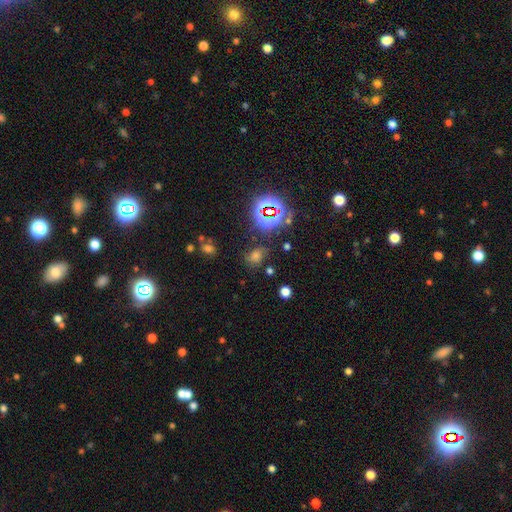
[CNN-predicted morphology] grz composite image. It shows a star or artifact, not a galaxy (48%).